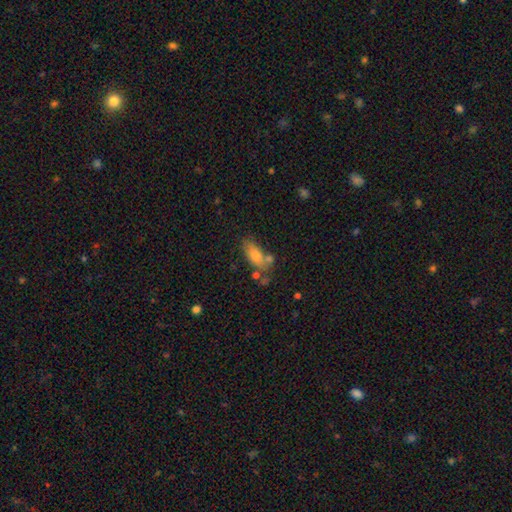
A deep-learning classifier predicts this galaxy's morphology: smooth-or-featured: smooth: 79% | featured or disk: 12% | star or artifact: 9%
  how-rounded: in between: 84% | cigar-shaped: 12% | round: 4%
  merging: none: 49% | minor disturbance: 21% | merger: 20% | major disturbance: 10%